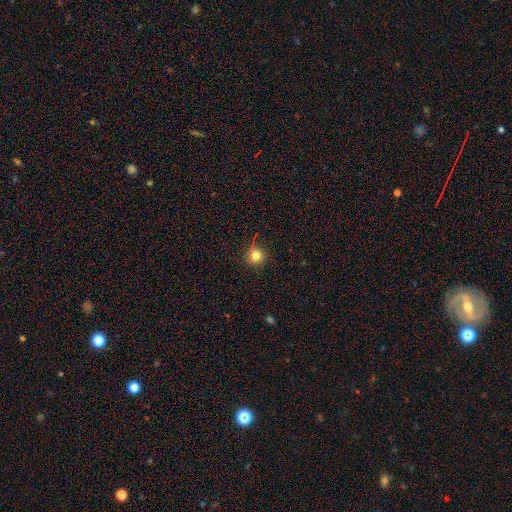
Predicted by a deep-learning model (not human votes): A smooth galaxy with no disk features (75%) that is round (94%).

Vote fractions:
- Smooth or featured? smooth: 75% / star or artifact: 16% / featured or disk: 8%
- How rounded? round: 94% / in between: 5% / cigar-shaped: 1%
- Merging? none: 84% / minor disturbance: 10% / major disturbance: 4% / merger: 2%